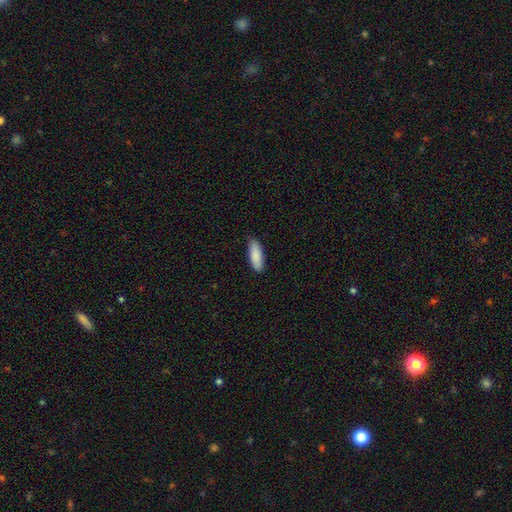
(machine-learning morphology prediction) Smooth or featured?
  - smooth: 88% *
  - featured or disk: 6%
  - star or artifact: 5%
How rounded?
  - in between: 63% *
  - cigar-shaped: 35%
  - round: 2%
Merging?
  - none: 87% *
  - minor disturbance: 10%
  - major disturbance: 2%
  - merger: 1%